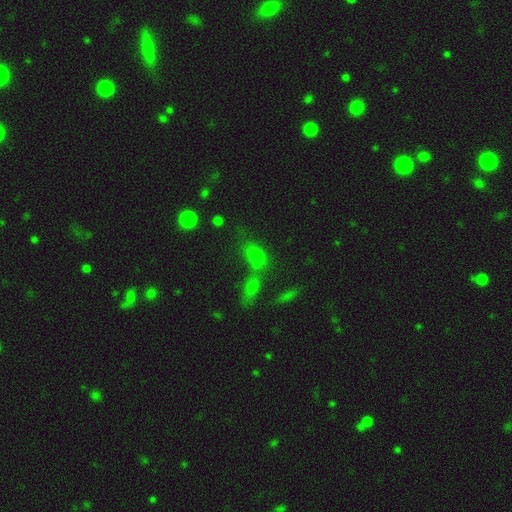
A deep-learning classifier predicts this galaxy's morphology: A smooth galaxy with no disk features (71%) that is in between round and cigar-shaped (71%).

Vote fractions:
- Smooth or featured? smooth: 71% / star or artifact: 18% / featured or disk: 12%
- How rounded? in between: 71% / round: 23% / cigar-shaped: 5%
- Merging? none: 41% / merger: 39% / minor disturbance: 12% / major disturbance: 7%